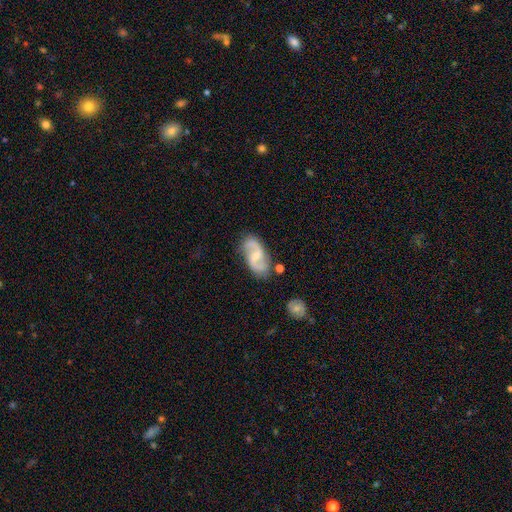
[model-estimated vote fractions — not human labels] smooth-or-featured: featured or disk: 84% | smooth: 11% | star or artifact: 5%
  disk-edge-on: no: 97% | yes: 3%
    bar: weak: 48% | no: 38% | strong: 14%
    has-spiral-arms: yes: 96% | no: 4%
      spiral-winding: medium: 47% | loose: 40% | tight: 14%
      spiral-arm-count: 2: 93% | can't tell: 3% | 1: 1% | 3: 1% | 4: 1% | more than 4: 1%
    bulge-size: small: 54% | moderate: 33% | none: 10% | large: 2% | dominant: 1%
  merging: none: 78% | minor disturbance: 15% | merger: 4% | major disturbance: 4%